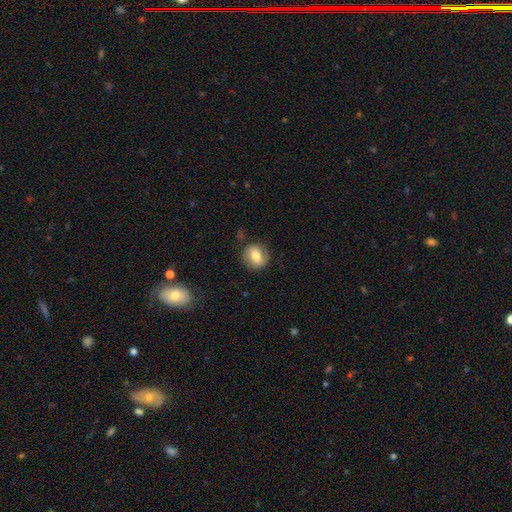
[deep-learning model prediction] The model was most divided on "how rounded": round: 72%, in between: 27%, cigar-shaped: 1%. More confident: merging — none (83%); smooth or featured — smooth (70%).